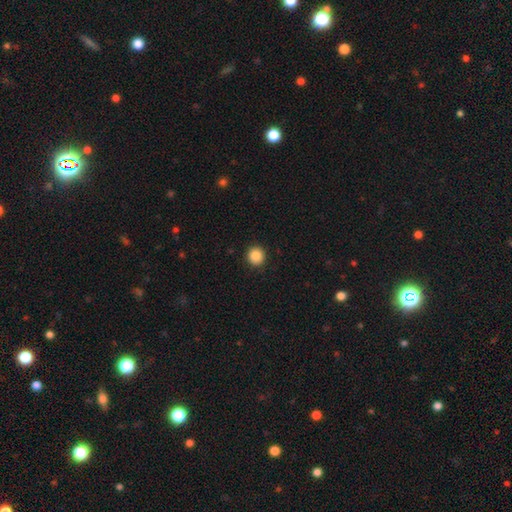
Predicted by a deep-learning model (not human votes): Smooth or featured? smooth (87%)
How rounded? round (93%)
Merging? none (92%)